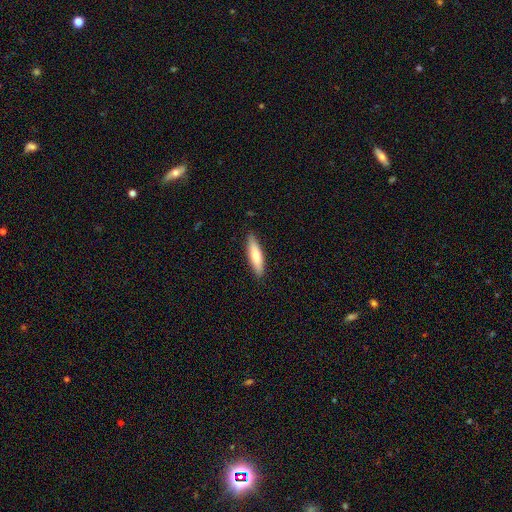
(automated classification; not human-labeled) This is likely a smooth galaxy (68%). How rounded: likely cigar-shaped (67%). Merging: clearly none (88%).